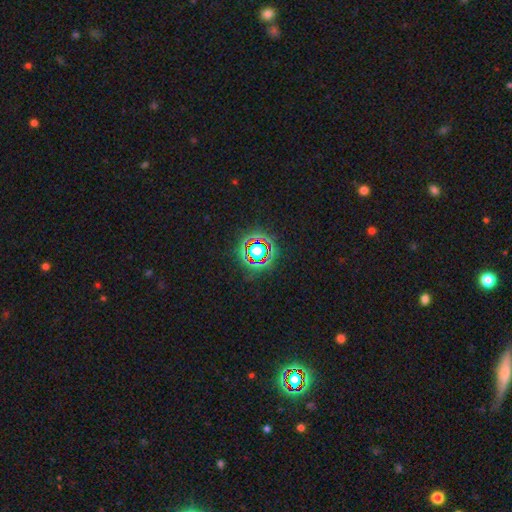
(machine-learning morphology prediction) Overall: star or artifact (77%).